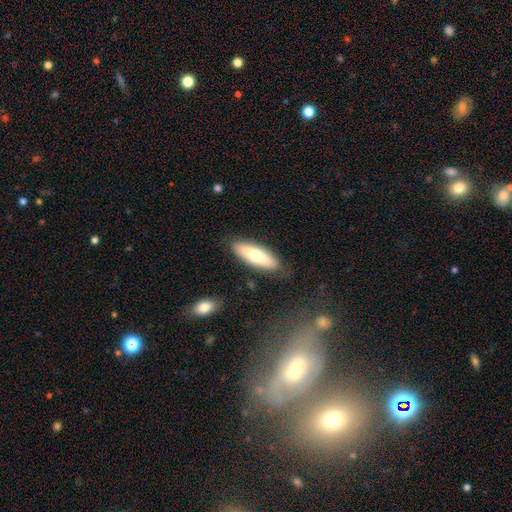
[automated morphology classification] Smooth or featured: smooth — 69% (featured or disk — 25%)
How rounded: in between — 58% (cigar-shaped — 40%)
Merging: none — 85% (minor disturbance — 11%)